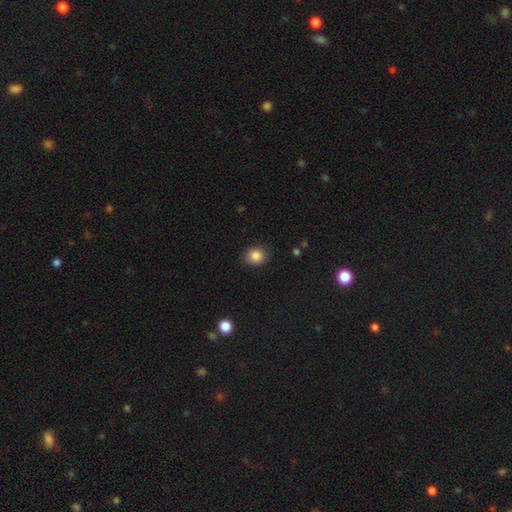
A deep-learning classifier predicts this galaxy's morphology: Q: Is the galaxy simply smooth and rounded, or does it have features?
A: smooth — 86%.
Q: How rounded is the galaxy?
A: round — 65%.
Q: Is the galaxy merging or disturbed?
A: none — 86%.